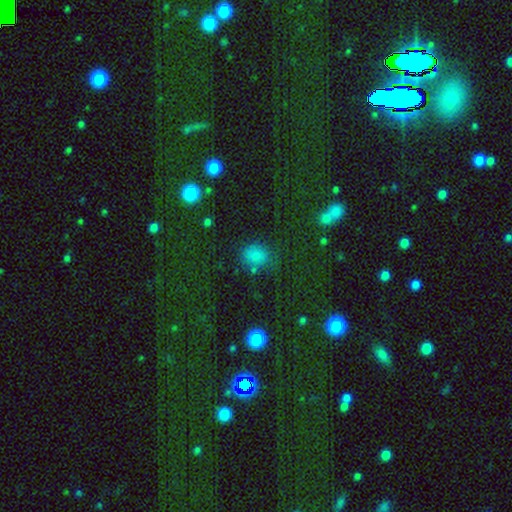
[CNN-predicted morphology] Smooth or featured: smooth — 68% (star or artifact — 23%)
How rounded: round — 60% (in between — 38%)
Merging: none — 68% (minor disturbance — 18%)